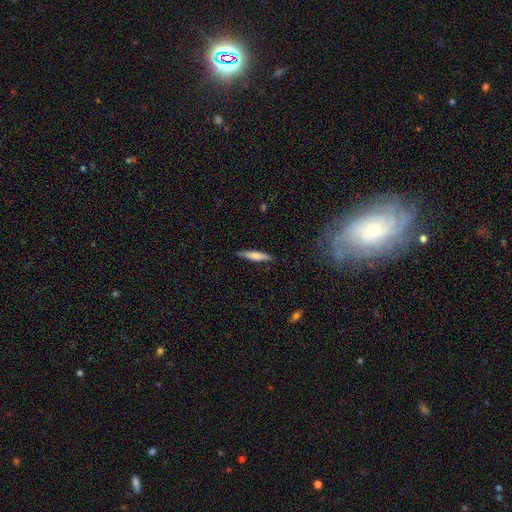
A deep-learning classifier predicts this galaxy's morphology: This is likely a smooth galaxy (70%). How rounded: clearly cigar-shaped (90%). Merging: clearly none (88%).